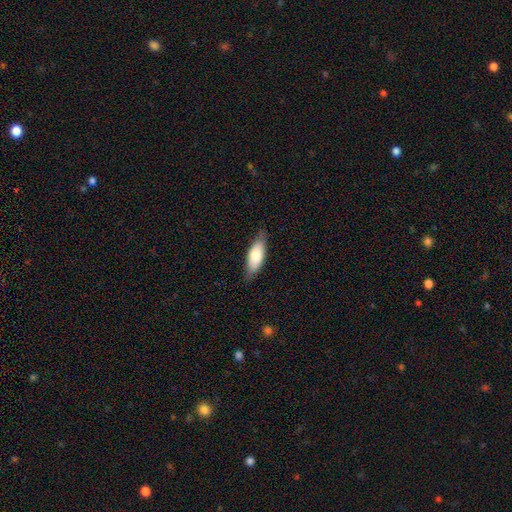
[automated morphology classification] This is likely a smooth galaxy (76%). How rounded: likely in between (72%). Merging: likely none (78%).